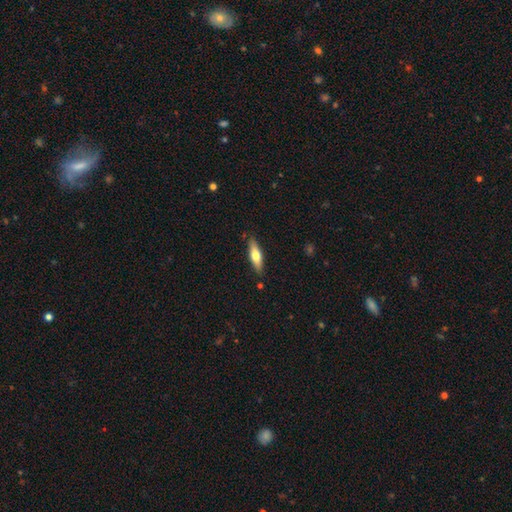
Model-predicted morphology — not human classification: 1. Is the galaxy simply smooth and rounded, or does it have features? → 56% smooth, 38% featured or disk, 6% star or artifact.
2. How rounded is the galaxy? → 59% cigar-shaped, 39% in between, 2% round.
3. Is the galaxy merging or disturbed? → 86% none, 11% minor disturbance, 2% major disturbance, 2% merger.